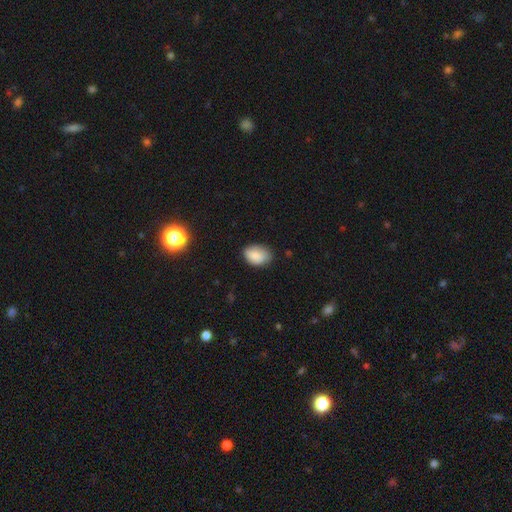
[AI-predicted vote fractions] Smooth or featured? smooth (85%)
How rounded? in between (81%)
Merging? none (70%)